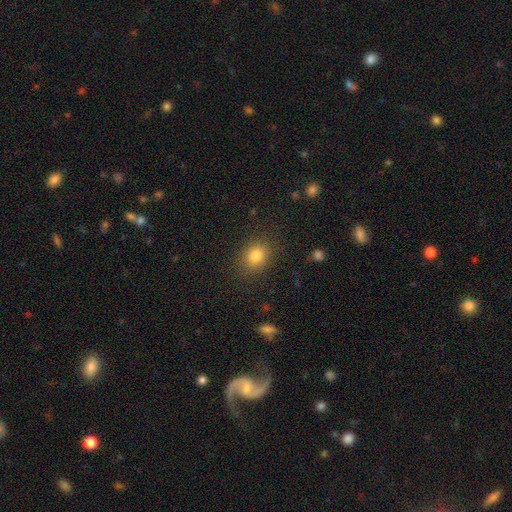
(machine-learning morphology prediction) Smooth or featured? Predicted: smooth (p=0.83). How rounded? Predicted: round (p=0.54). Merging? Predicted: none (p=0.84).